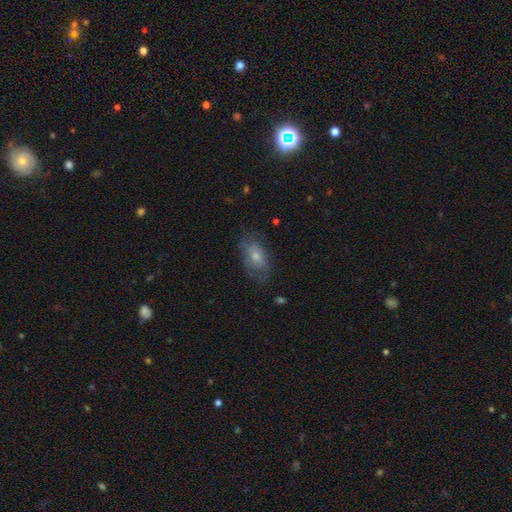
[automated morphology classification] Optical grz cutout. It shows a featured or disk galaxy (49%). Merging: none (72%).